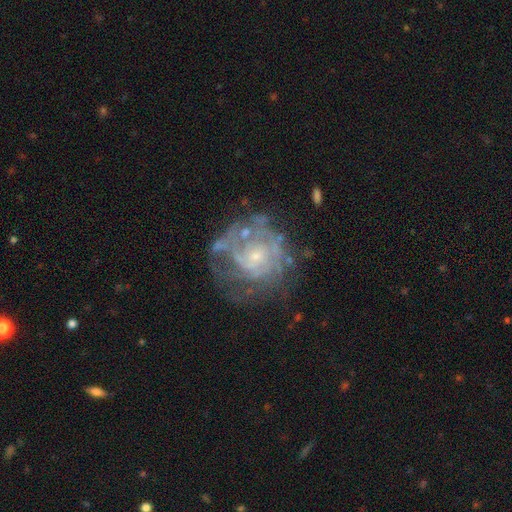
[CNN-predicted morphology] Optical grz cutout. It shows a featured or disk galaxy (75%) with no bar (77%), tight (59%) spiral arms (68%) and a small central bulge (71%). Merging: none (58%).